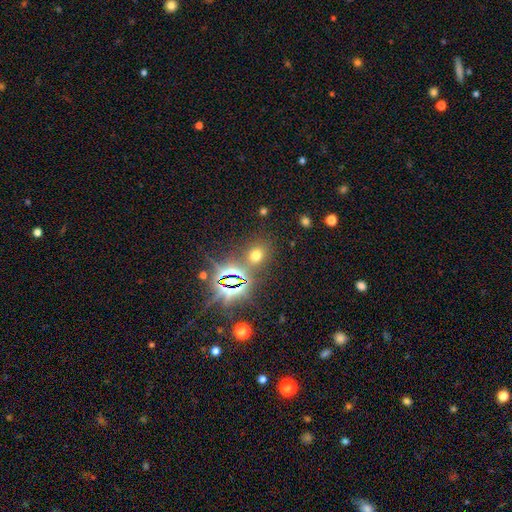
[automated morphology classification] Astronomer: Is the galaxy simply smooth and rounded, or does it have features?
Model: smooth — 53% (runner-up: star or artifact, 39%).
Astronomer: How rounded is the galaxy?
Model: round — 60% (runner-up: in between, 39%).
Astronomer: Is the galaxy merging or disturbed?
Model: none — 80%.